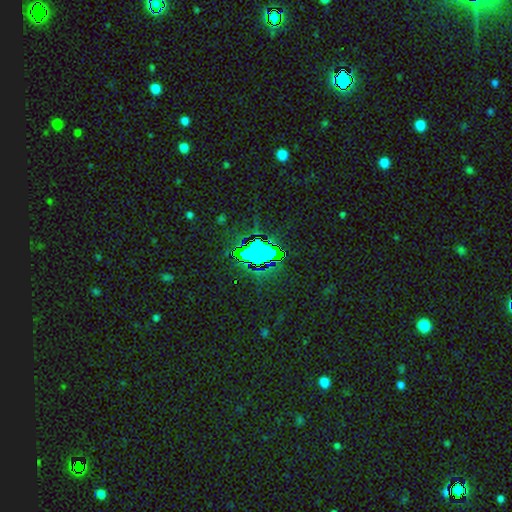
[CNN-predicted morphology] smooth_or_featured: star or artifact (p=0.70) [alt: smooth p=0.20]